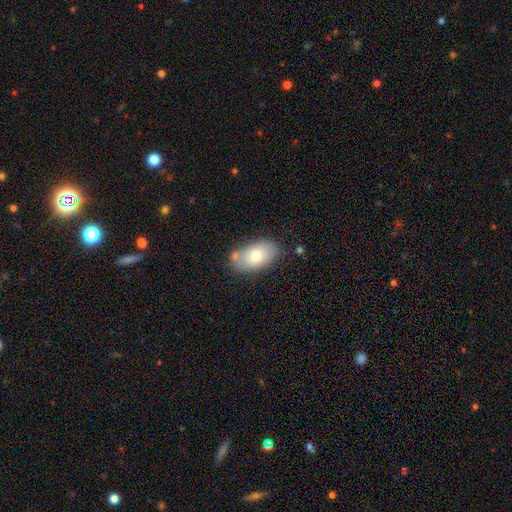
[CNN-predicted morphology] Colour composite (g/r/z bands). It shows a smooth galaxy with no disk features (75%) that is in between round and cigar-shaped (93%). Merging: none (68%).